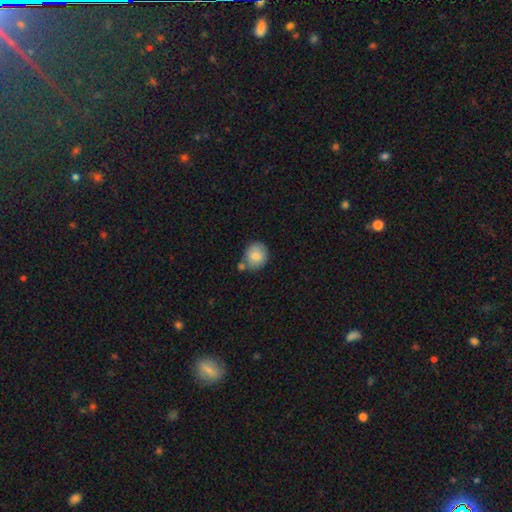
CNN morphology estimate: type=smooth (81%); roundness=round (72%); merging=none (61%).